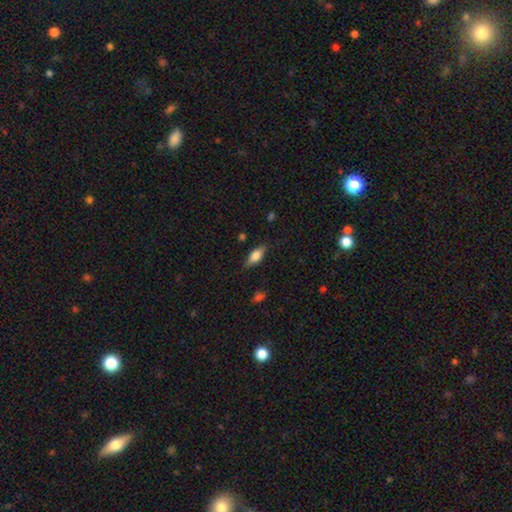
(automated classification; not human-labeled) Morphology: type=smooth (68%); roundness=in between (78%); merging=none (78%).